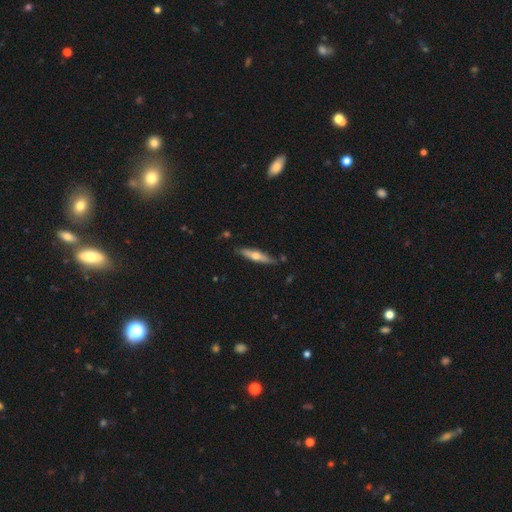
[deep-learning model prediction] featured or disk 51%, smooth 43%, star or artifact 6%. Down the decision tree: edge-on disk — yes (89%); merging — none (82%).